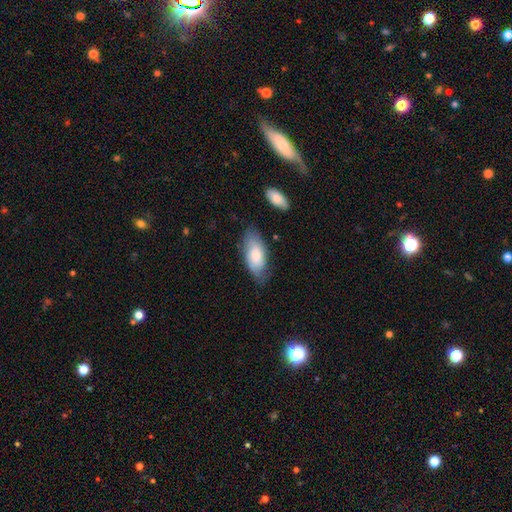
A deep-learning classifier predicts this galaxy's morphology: type=smooth (73%); roundness=in between (90%); merging=none (66%).